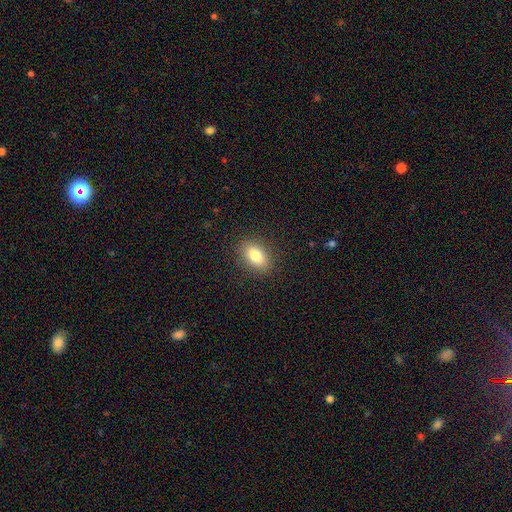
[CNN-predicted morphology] Q: Smooth or featured?
A: smooth (82%); runner-up: featured or disk (9%)
Q: How rounded?
A: in between (87%); runner-up: round (9%)
Q: Merging?
A: none (88%); runner-up: minor disturbance (9%)